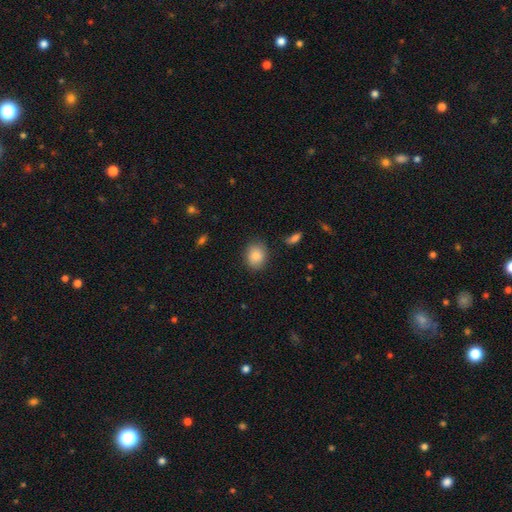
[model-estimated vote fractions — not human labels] Q: Smooth or featured?
A: smooth (85%); runner-up: star or artifact (8%)
Q: How rounded?
A: round (60%); runner-up: in between (39%)
Q: Merging?
A: none (85%); runner-up: minor disturbance (11%)